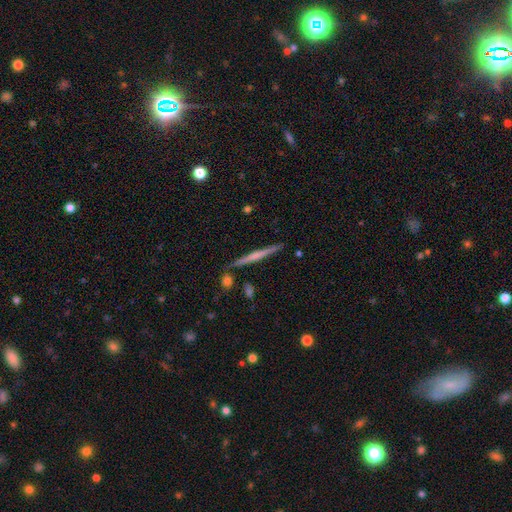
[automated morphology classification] Smooth or featured? featured or disk (57%)
Edge-on disk? yes (97%)
Edge-on bulge? none (58%)
Merging? none (87%)